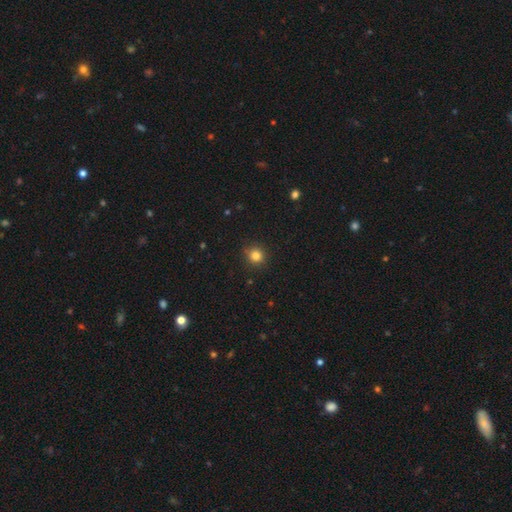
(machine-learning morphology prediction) Q: Smooth or featured?
A: smooth (83%); runner-up: star or artifact (12%)
Q: How rounded?
A: round (92%); runner-up: in between (7%)
Q: Merging?
A: none (89%); runner-up: minor disturbance (7%)